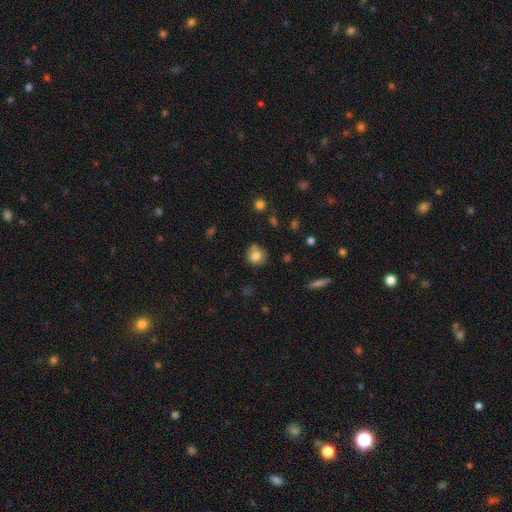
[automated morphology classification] Smooth or featured: smooth — 79% (featured or disk — 11%)
How rounded: round — 87% (in between — 12%)
Merging: none — 73% (minor disturbance — 15%)